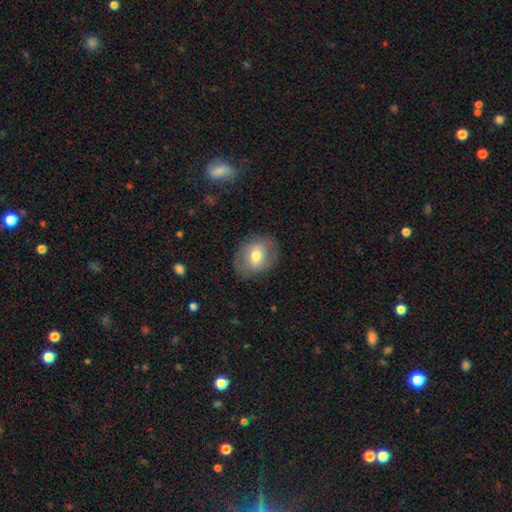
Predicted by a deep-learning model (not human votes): A smooth galaxy with no disk features (52%) that is in between round and cigar-shaped (53%). Merging: none (79%).